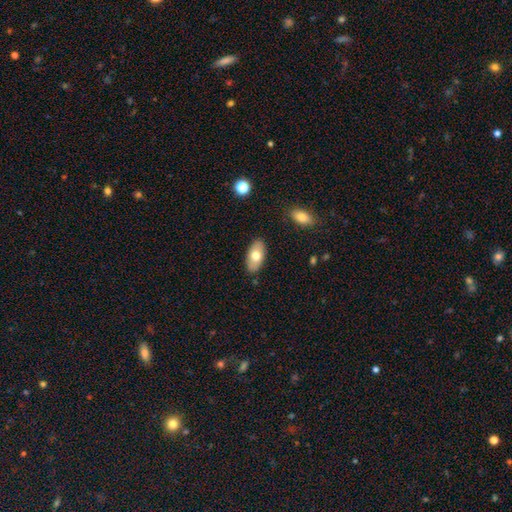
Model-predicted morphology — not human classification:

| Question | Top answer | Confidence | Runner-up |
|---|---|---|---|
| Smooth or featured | smooth | 70% | featured or disk (24%) |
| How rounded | in between | 93% | round (4%) |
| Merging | none | 86% | minor disturbance (10%) |